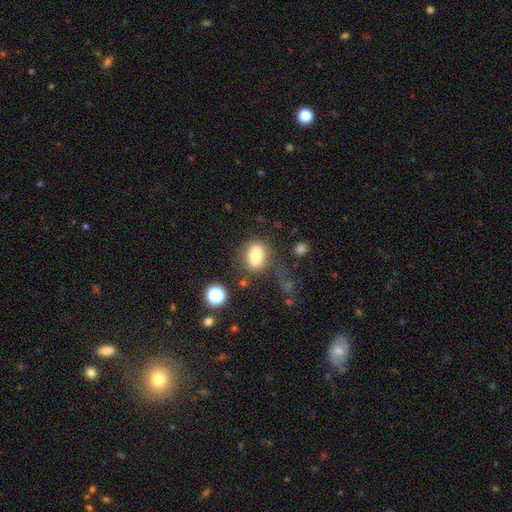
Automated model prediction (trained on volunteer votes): Overall: smooth (78%). How rounded: in between (61%; round 37%). Merging: none (72%).